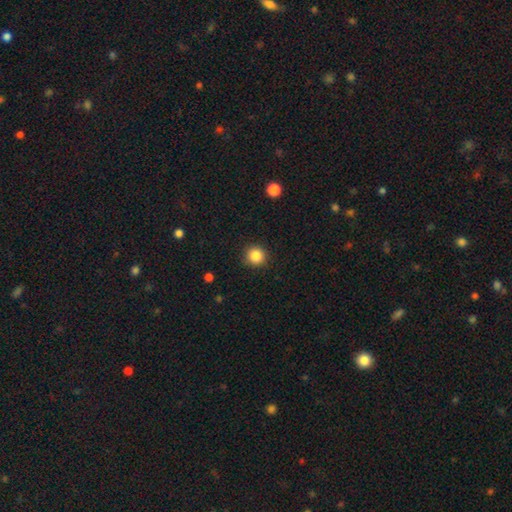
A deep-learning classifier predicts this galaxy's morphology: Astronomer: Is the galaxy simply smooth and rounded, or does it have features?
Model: smooth — 86%.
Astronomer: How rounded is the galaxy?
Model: round — 94%.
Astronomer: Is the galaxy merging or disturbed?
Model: none — 90%.